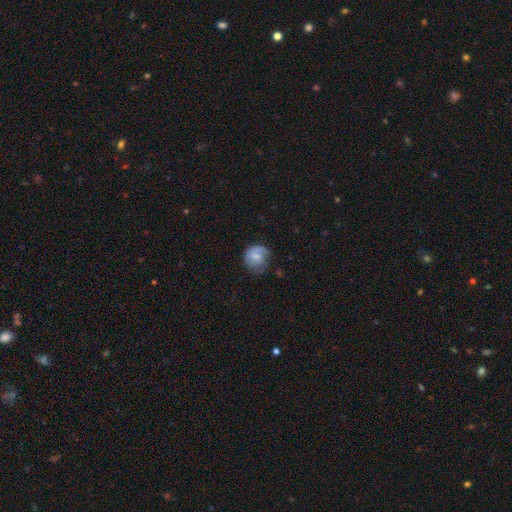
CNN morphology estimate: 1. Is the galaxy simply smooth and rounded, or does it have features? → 49% smooth, 44% featured or disk, 8% star or artifact.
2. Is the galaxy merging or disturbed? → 55% none, 26% minor disturbance, 17% major disturbance, 2% merger.